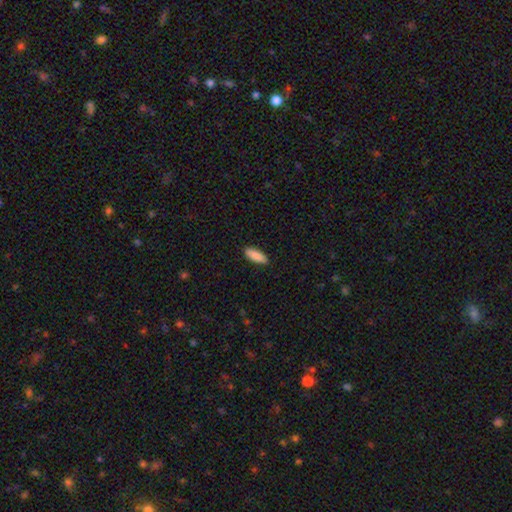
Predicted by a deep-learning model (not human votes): Smooth or featured?
  - smooth: 88% *
  - featured or disk: 7%
  - star or artifact: 6%
How rounded?
  - in between: 68% *
  - cigar-shaped: 30%
  - round: 2%
Merging?
  - none: 90% *
  - minor disturbance: 8%
  - major disturbance: 2%
  - merger: 1%